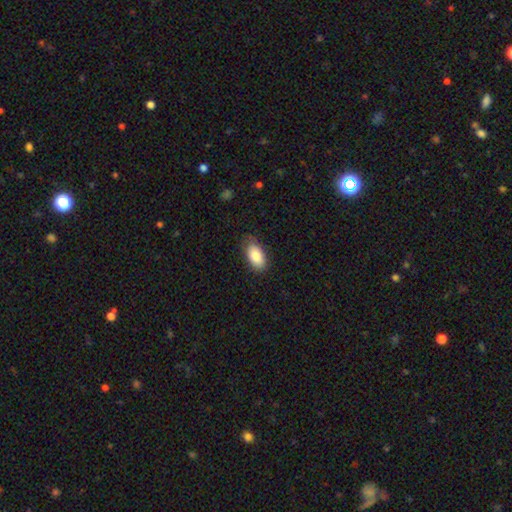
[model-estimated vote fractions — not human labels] Smooth or featured: smooth — 83% (featured or disk — 10%)
How rounded: in between — 93% (round — 4%)
Merging: none — 77% (minor disturbance — 18%)